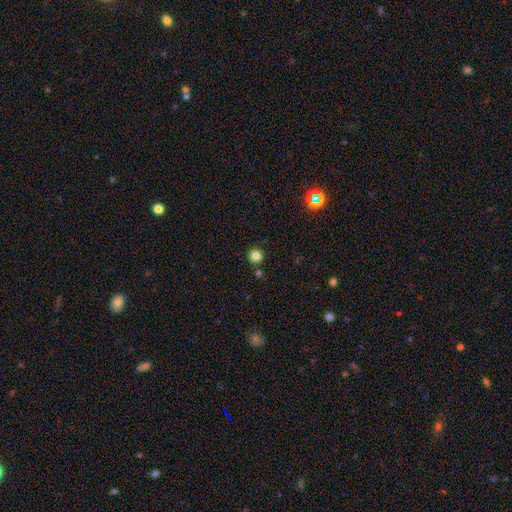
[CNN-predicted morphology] smooth-or-featured: smooth: 81% | star or artifact: 14% | featured or disk: 5%
  how-rounded: round: 95% | in between: 4% | cigar-shaped: 1%
  merging: none: 86% | minor disturbance: 6% | merger: 6% | major disturbance: 2%